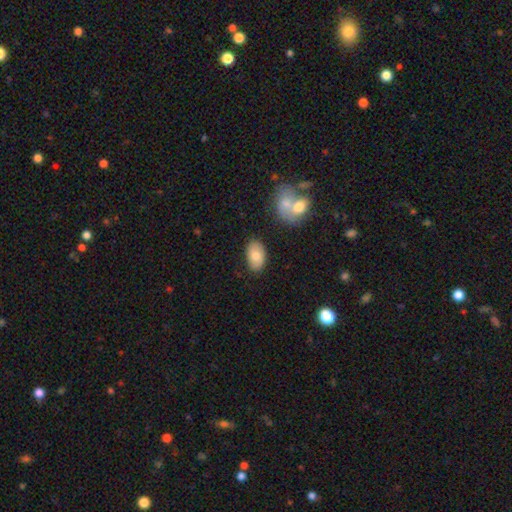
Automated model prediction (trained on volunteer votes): A smooth galaxy with no disk features (77%) that is in between round and cigar-shaped (92%).

Vote fractions:
- Smooth or featured? smooth: 77% / featured or disk: 16% / star or artifact: 7%
- How rounded? in between: 92% / round: 6% / cigar-shaped: 1%
- Merging? none: 80% / minor disturbance: 14% / merger: 4% / major disturbance: 3%